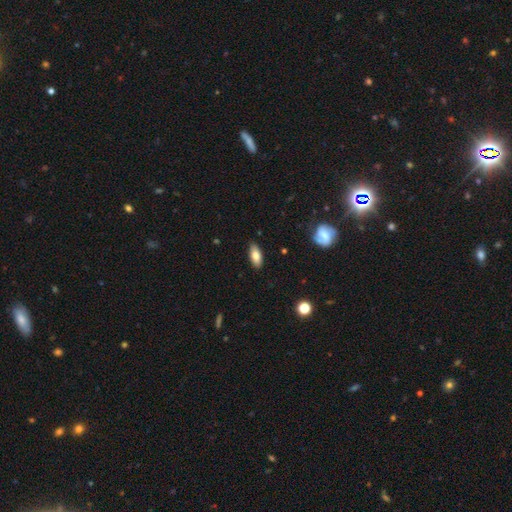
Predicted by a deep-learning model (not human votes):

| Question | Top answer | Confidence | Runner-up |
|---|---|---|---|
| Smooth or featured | smooth | 77% | featured or disk (16%) |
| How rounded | in between | 82% | cigar-shaped (15%) |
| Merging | none | 87% | minor disturbance (10%) |